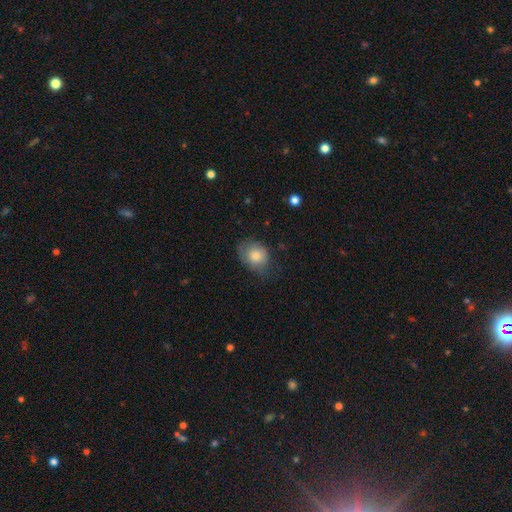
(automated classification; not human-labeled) smooth-or-featured: smooth: 77% | featured or disk: 15% | star or artifact: 8%
  how-rounded: in between: 53% | round: 46% | cigar-shaped: 1%
  merging: none: 60% | minor disturbance: 30% | major disturbance: 9% | merger: 1%